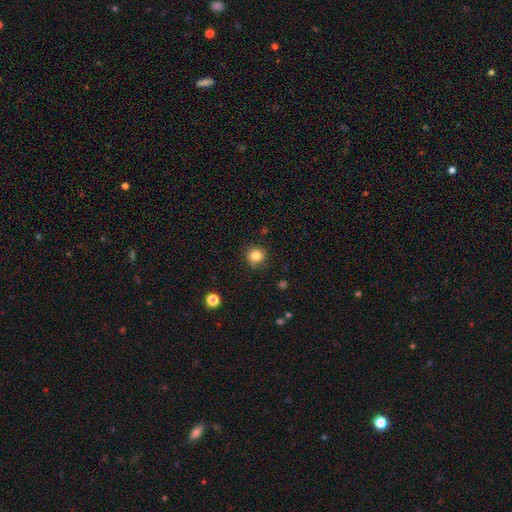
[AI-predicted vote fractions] smooth_or_featured: smooth (p=0.84) [alt: star or artifact p=0.11]
how_rounded: round (p=0.93) [alt: in between p=0.06]
merging: none (p=0.88) [alt: minor disturbance p=0.08]